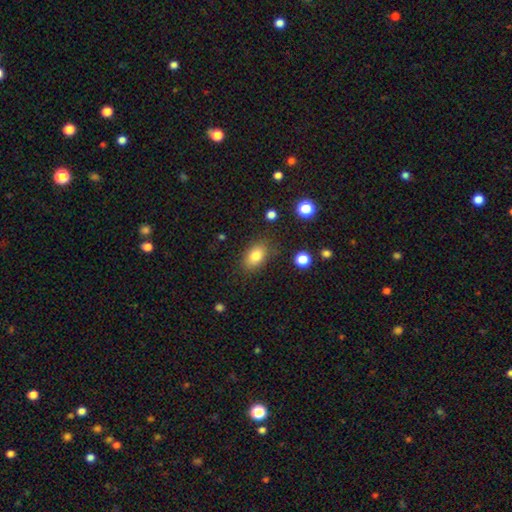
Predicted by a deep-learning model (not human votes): Q: Smooth or featured?
A: smooth (81%); runner-up: featured or disk (10%)
Q: How rounded?
A: in between (85%); runner-up: round (12%)
Q: Merging?
A: none (82%); runner-up: minor disturbance (13%)